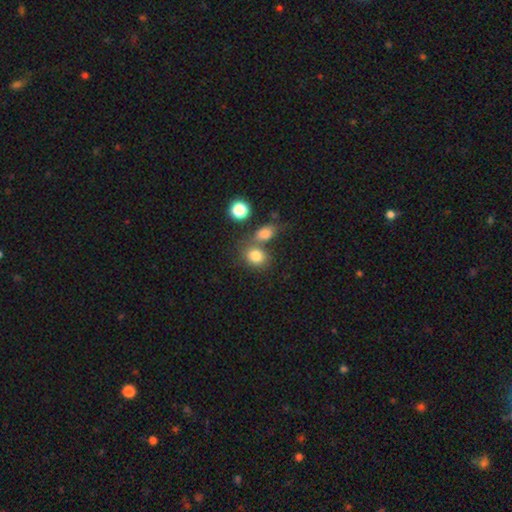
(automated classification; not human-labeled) Smooth or featured: smooth — 81% (star or artifact — 11%)
How rounded: round — 54% (in between — 45%)
Merging: none — 52% (merger — 31%)